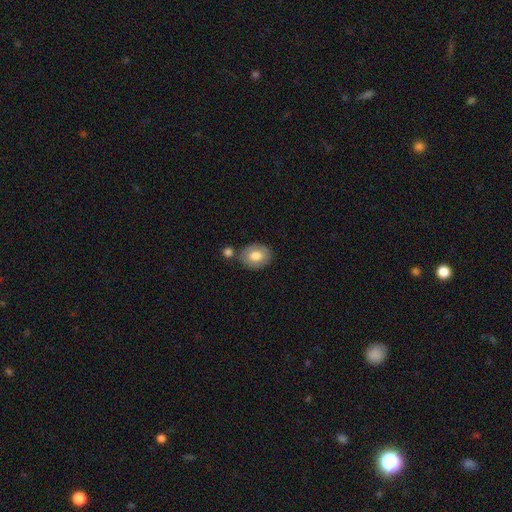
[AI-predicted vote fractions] A smooth galaxy with no disk features (75%) that is in between round and cigar-shaped (65%).

Vote fractions:
- Smooth or featured? smooth: 75% / featured or disk: 19% / star or artifact: 7%
- How rounded? in between: 65% / round: 34% / cigar-shaped: 1%
- Merging? none: 69% / minor disturbance: 14% / merger: 13% / major disturbance: 4%